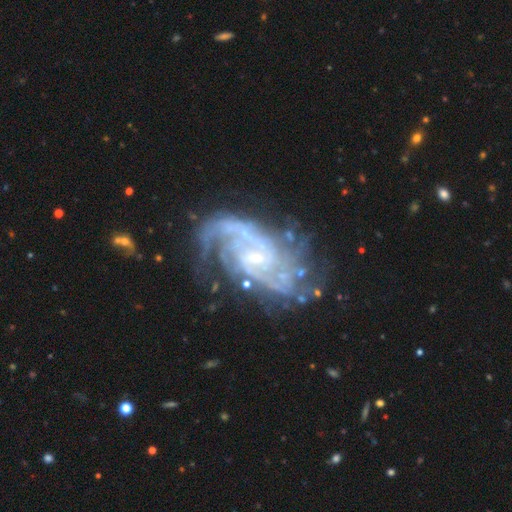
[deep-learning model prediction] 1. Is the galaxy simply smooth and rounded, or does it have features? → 91% featured or disk, 5% star or artifact, 4% smooth.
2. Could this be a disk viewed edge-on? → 97% no, 3% yes.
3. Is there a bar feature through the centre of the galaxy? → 53% weak, 30% no, 17% strong.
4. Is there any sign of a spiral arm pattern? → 97% yes, 3% no.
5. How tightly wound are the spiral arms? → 45% medium, 42% tight, 13% loose.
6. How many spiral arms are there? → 41% 2, 21% can't tell, 16% 3, 9% 4, 7% 1, 7% more than 4.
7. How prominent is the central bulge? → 67% small, 21% moderate, 10% none, 2% large, 1% dominant.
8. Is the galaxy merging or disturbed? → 64% none, 19% minor disturbance, 14% major disturbance, 3% merger.